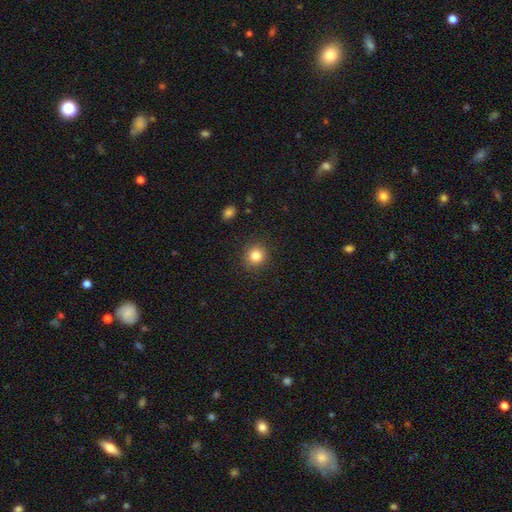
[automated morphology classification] type=smooth (83%); roundness=round (91%); merging=none (91%).